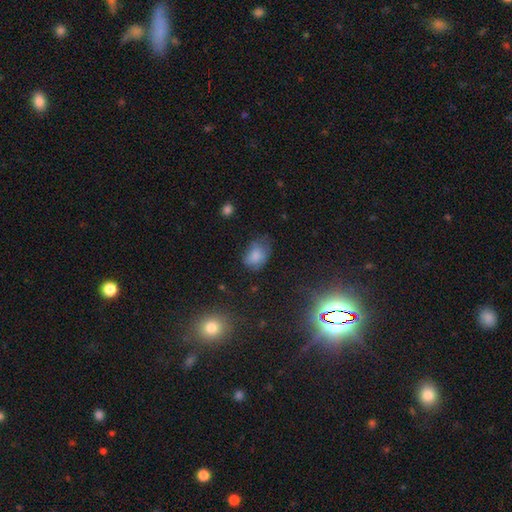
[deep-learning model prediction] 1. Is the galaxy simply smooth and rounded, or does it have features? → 75% smooth, 13% star or artifact, 12% featured or disk.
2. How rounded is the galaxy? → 78% in between, 20% round, 1% cigar-shaped.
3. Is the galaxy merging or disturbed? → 49% none, 34% minor disturbance, 14% major disturbance, 3% merger.